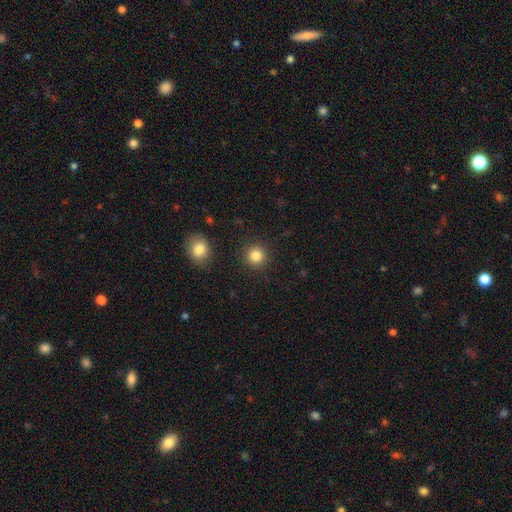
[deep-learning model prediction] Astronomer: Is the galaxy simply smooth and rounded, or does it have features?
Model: smooth — 84%.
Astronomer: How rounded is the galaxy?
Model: round — 93%.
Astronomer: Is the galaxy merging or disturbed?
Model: none — 90%.